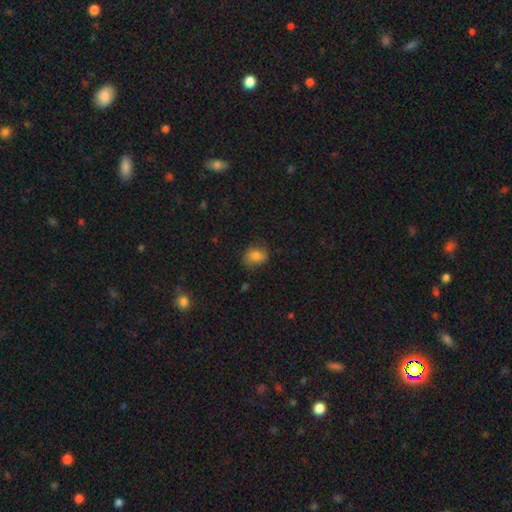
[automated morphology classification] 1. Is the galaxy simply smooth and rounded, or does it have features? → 77% smooth, 13% featured or disk, 10% star or artifact.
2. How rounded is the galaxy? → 50% in between, 49% round, 1% cigar-shaped.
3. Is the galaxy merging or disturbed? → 71% none, 21% minor disturbance, 6% major disturbance, 1% merger.